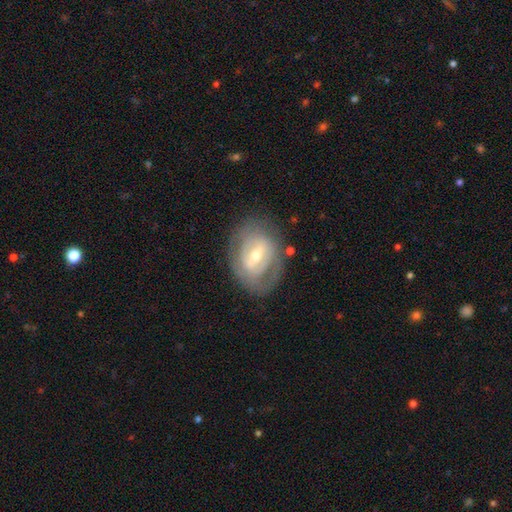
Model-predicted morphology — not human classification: type=featured or disk (72%); edge-on=no (94%); bar=weak (44%); spiral arms=yes (56%); bulge=moderate (59%); merging=none (74%).